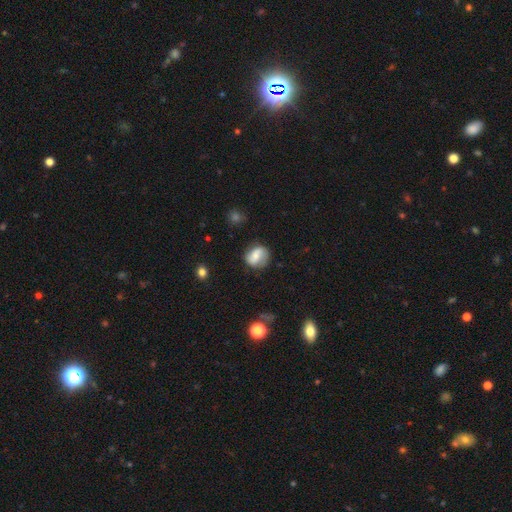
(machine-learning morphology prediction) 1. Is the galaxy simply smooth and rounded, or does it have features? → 50% smooth, 42% featured or disk, 8% star or artifact.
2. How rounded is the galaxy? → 66% round, 33% in between, 1% cigar-shaped.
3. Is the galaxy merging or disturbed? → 71% none, 20% minor disturbance, 7% major disturbance, 2% merger.